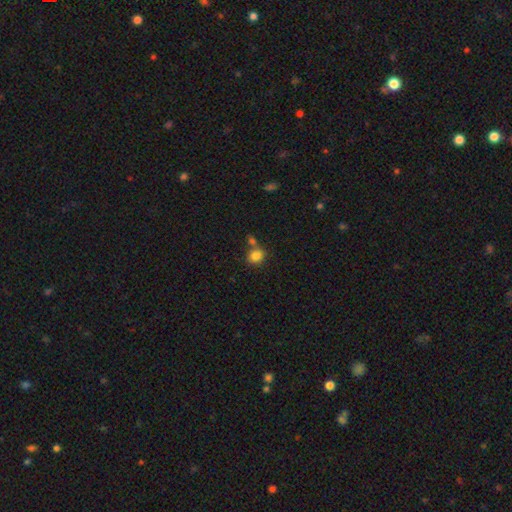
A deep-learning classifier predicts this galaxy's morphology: Smooth or featured? smooth (84%)
How rounded? round (68%)
Merging? none (62%)